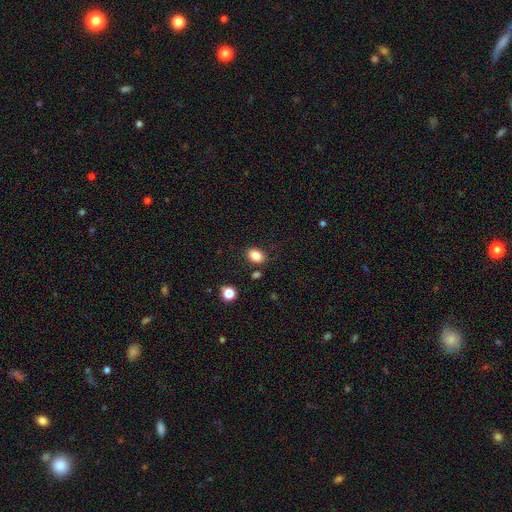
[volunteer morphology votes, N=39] Smooth or featured? smooth (85%)
How rounded? in between (82%)
Merging? none (71%)